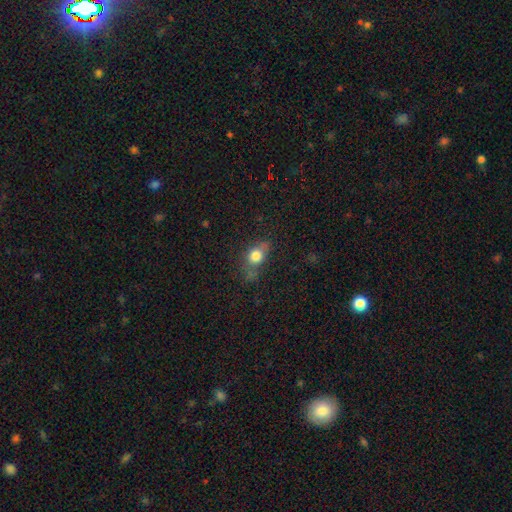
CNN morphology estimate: Smooth or featured? Predicted: smooth (p=0.77). How rounded? Predicted: in between (p=0.50). Merging? Predicted: none (p=0.50).